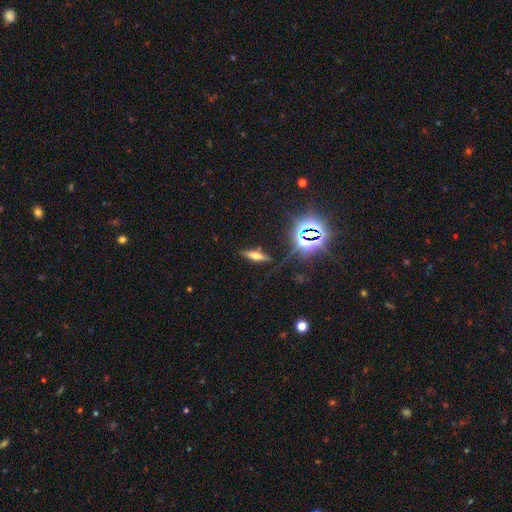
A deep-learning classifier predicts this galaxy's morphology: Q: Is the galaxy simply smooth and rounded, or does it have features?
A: smooth — 41%.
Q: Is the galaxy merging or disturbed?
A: none — 82%.